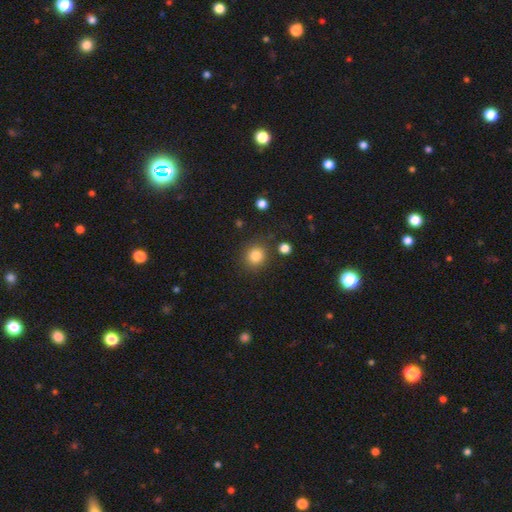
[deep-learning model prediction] Morphology: type=smooth (84%); roundness=round (83%); merging=none (83%).